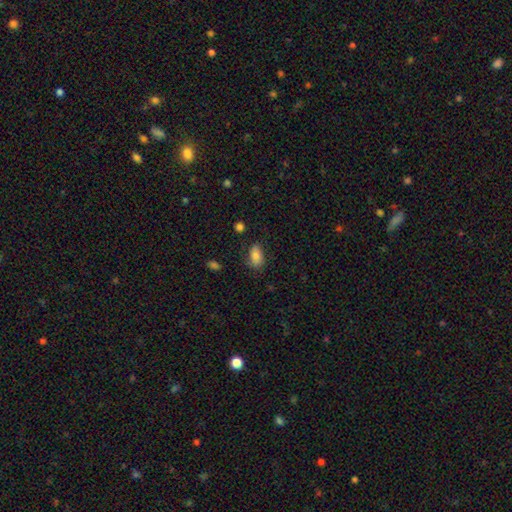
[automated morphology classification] A smooth galaxy with no disk features (81%) that is in between round and cigar-shaped (91%).

Vote fractions:
- Smooth or featured? smooth: 81% / featured or disk: 11% / star or artifact: 8%
- How rounded? in between: 91% / round: 6% / cigar-shaped: 3%
- Merging? none: 71% / minor disturbance: 22% / major disturbance: 5% / merger: 2%